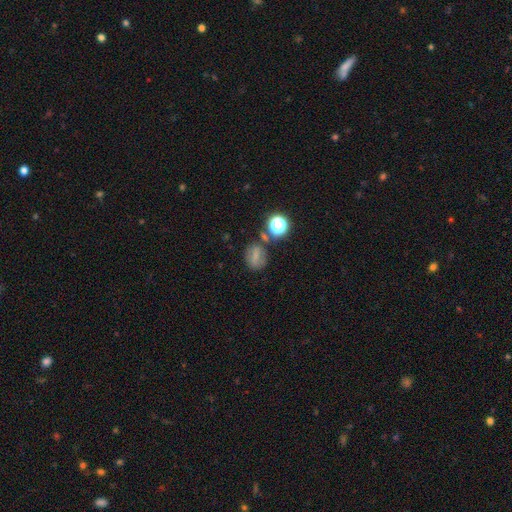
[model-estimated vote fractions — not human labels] The model was most divided on "how rounded": round: 57%, in between: 40%, cigar-shaped: 2%. More confident: merging — none (64%); smooth or featured — smooth (59%).